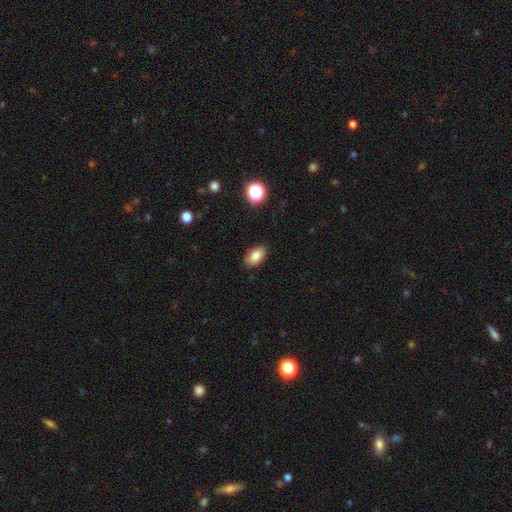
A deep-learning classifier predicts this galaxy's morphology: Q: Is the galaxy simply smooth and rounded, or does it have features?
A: smooth — 84%.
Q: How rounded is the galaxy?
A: in between — 91%.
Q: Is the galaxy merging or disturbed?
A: none — 86%.